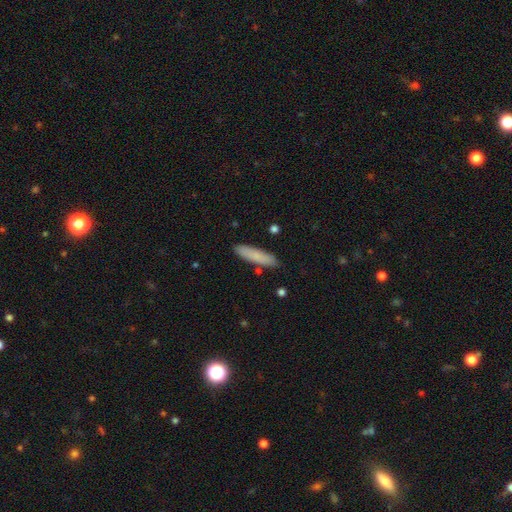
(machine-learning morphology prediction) Smooth or featured? Predicted: smooth (p=0.80). How rounded? Predicted: cigar-shaped (p=0.78). Merging? Predicted: none (p=0.85).